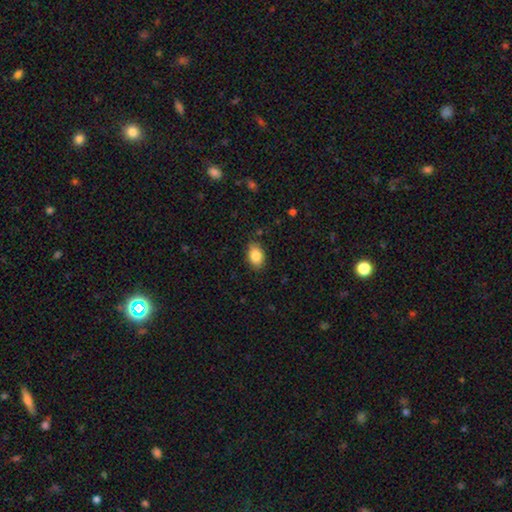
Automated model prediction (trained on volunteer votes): This appears to be a smooth galaxy with no disk features (85%) that is in between round and cigar-shaped (84%). Merging: none (85%).